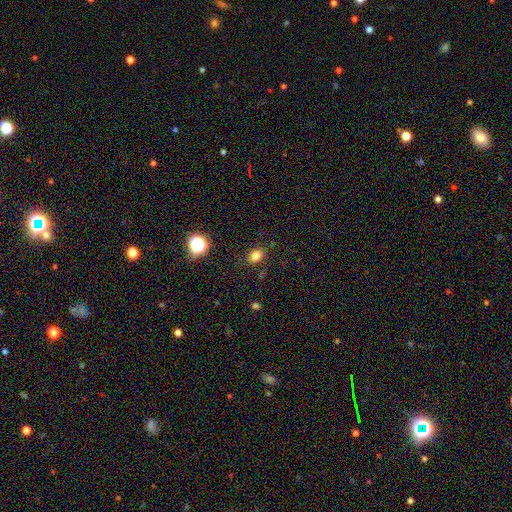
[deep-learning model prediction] A smooth galaxy with no disk features (79%) that is in between round and cigar-shaped (58%).

Vote fractions:
- Smooth or featured? smooth: 79% / star or artifact: 15% / featured or disk: 6%
- How rounded? in between: 58% / round: 41% / cigar-shaped: 1%
- Merging? none: 85% / minor disturbance: 10% / major disturbance: 3% / merger: 2%